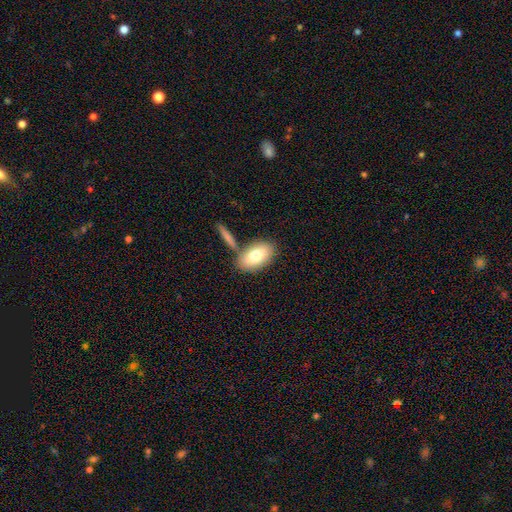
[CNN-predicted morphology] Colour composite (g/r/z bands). It shows a smooth galaxy with no disk features (76%) that is in between round and cigar-shaped (91%). Merging: none (68%).